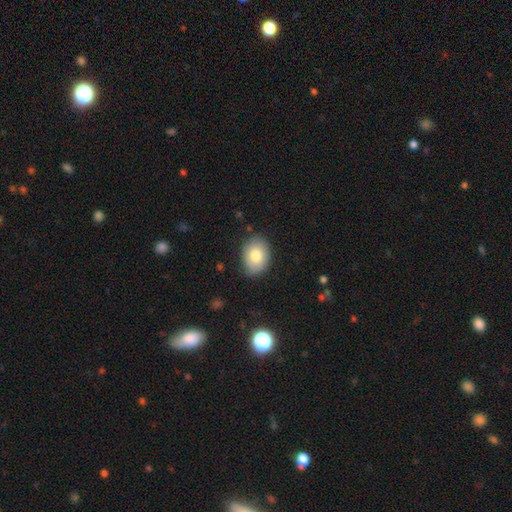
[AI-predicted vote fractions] Morphology: type=smooth (78%); roundness=in between (72%); merging=none (80%).